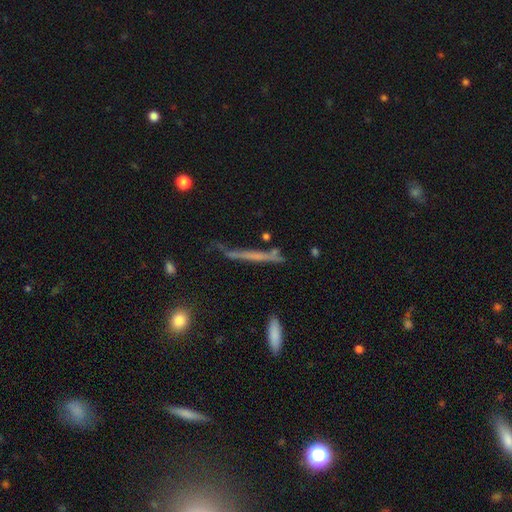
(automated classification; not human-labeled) This is possibly a featured or disk galaxy (49%). Merging: likely none (69%).